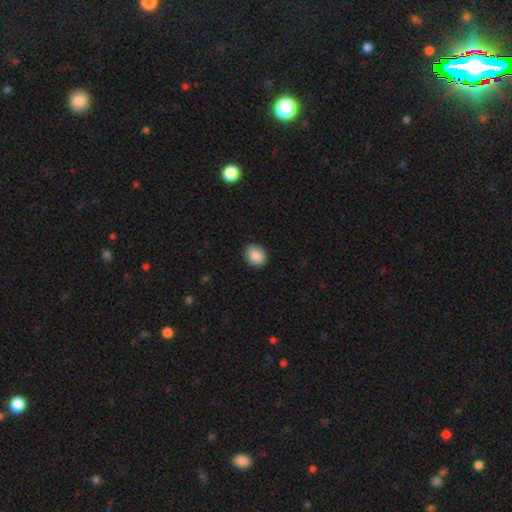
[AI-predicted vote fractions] A smooth galaxy with no disk features (87%) that is round (66%). Merging: none (87%).